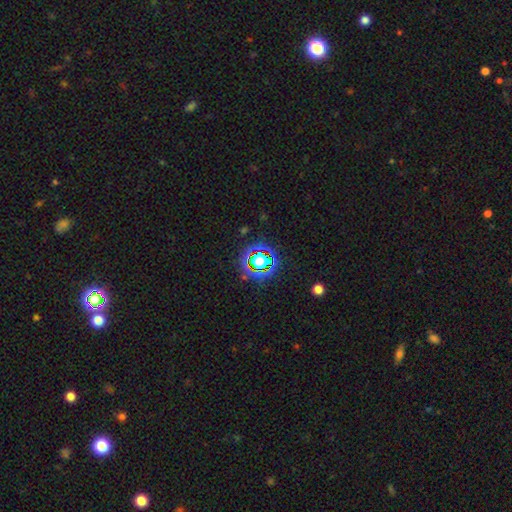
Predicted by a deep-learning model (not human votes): The model was most divided on "smooth or featured": star or artifact: 65%, smooth: 24%, featured or disk: 12%.